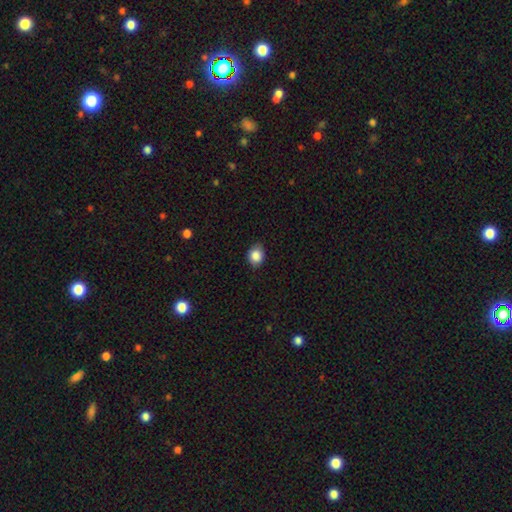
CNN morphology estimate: Smooth or featured? smooth (86%)
How rounded? round (58%)
Merging? none (80%)